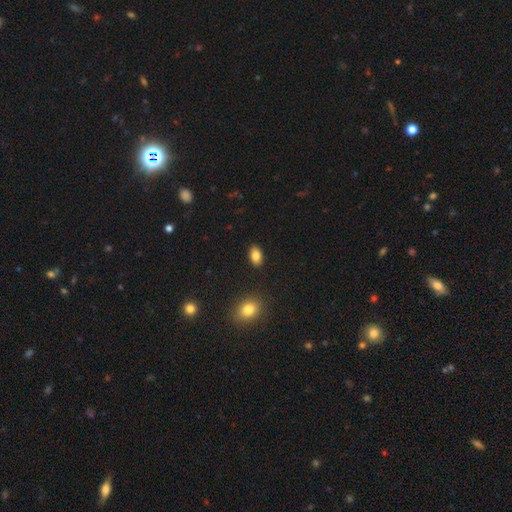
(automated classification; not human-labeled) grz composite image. It shows a smooth galaxy with no disk features (85%) that is in between round and cigar-shaped (91%). Merging: none (89%).